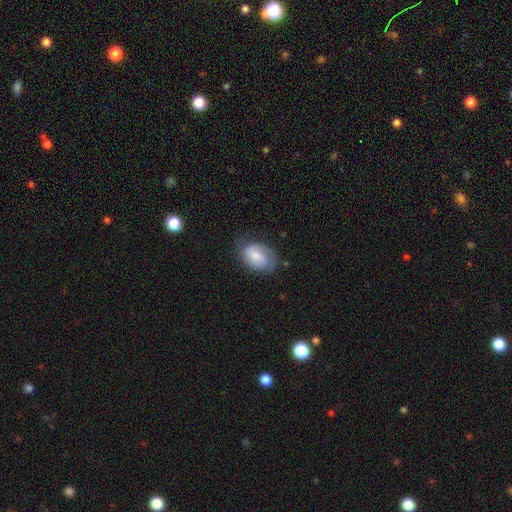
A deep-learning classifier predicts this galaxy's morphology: This is possibly a smooth galaxy (53%). How rounded: clearly in between (82%). Merging: likely none (62%).